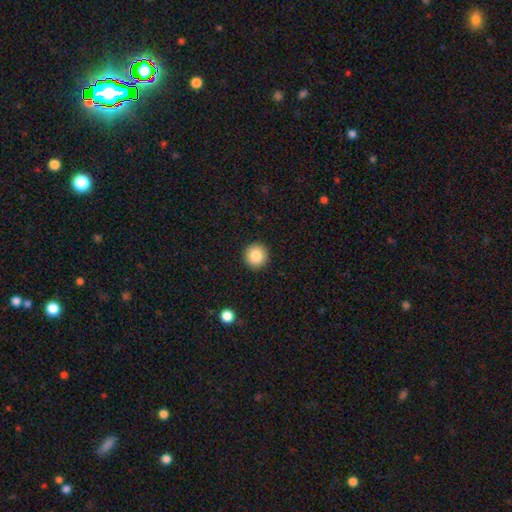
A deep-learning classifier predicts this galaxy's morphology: smooth_or_featured: smooth (p=0.85) [alt: star or artifact p=0.09]
how_rounded: round (p=0.95) [alt: in between p=0.04]
merging: none (p=0.93) [alt: minor disturbance p=0.04]